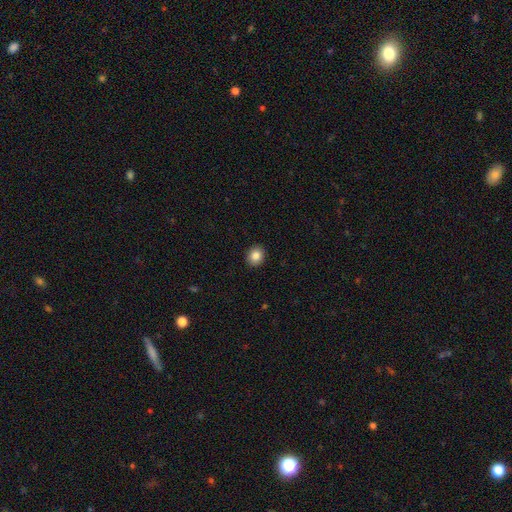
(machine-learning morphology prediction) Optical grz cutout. It shows a smooth galaxy with no disk features (85%) that is round (71%). Merging: none (92%).